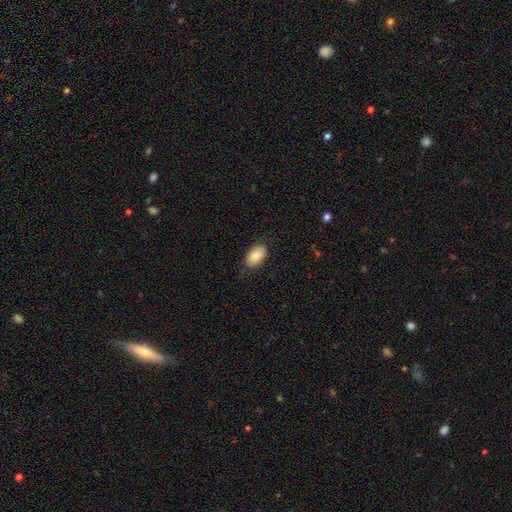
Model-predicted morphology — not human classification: Q: Smooth or featured?
A: smooth (83%); runner-up: featured or disk (10%)
Q: How rounded?
A: in between (93%); runner-up: round (6%)
Q: Merging?
A: none (80%); runner-up: minor disturbance (16%)